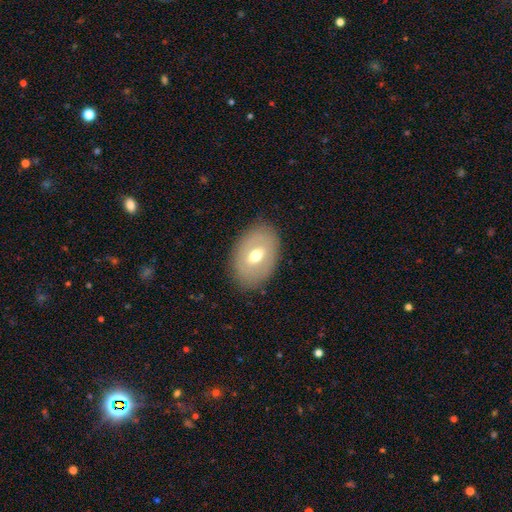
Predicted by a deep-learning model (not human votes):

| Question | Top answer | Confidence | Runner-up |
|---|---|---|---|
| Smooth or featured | smooth | 51% | featured or disk (42%) |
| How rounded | in between | 83% | round (16%) |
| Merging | none | 83% | minor disturbance (12%) |